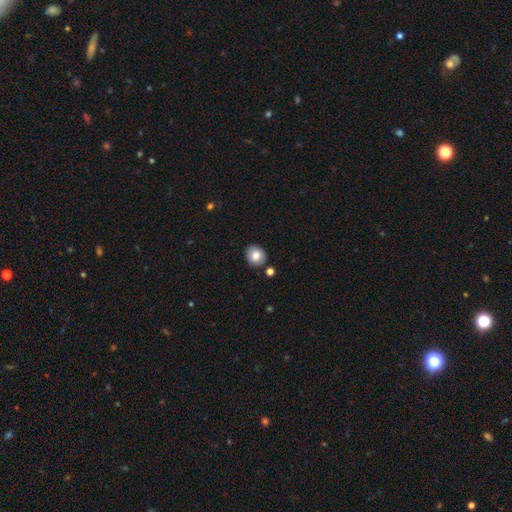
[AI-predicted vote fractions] smooth_or_featured: smooth (p=0.80) [alt: featured or disk p=0.11]
how_rounded: round (p=0.82) [alt: in between p=0.17]
merging: none (p=0.87) [alt: minor disturbance p=0.07]